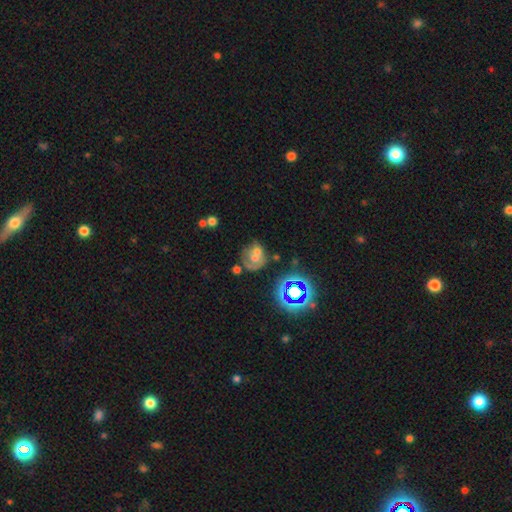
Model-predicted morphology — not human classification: Q: Smooth or featured?
A: featured or disk (42%); runner-up: smooth (39%)
Q: Merging?
A: merger (39%); runner-up: none (34%)